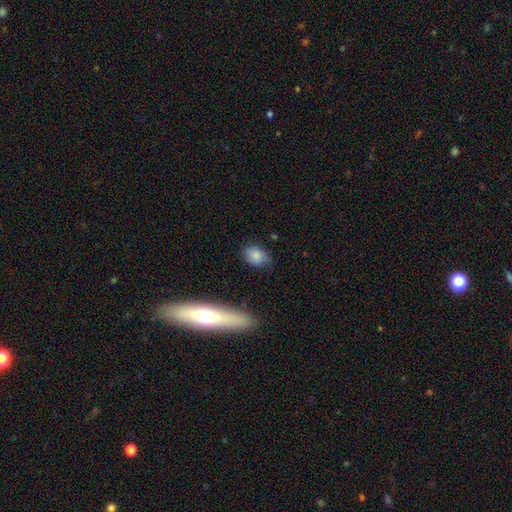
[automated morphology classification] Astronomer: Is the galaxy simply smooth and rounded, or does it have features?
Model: smooth — 83%.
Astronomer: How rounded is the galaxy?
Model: in between — 70%.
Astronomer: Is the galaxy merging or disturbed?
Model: none — 72%.